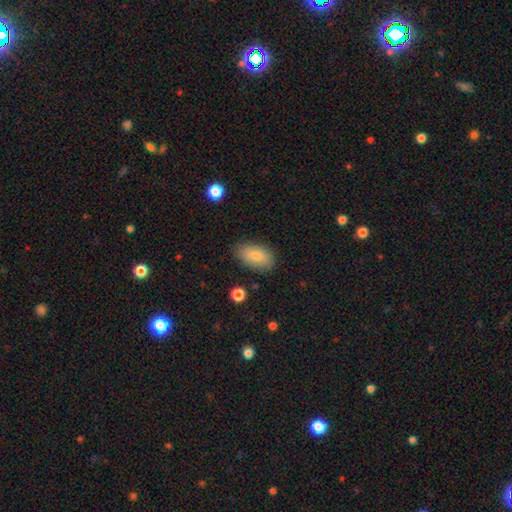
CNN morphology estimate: This is clearly a smooth galaxy (83%). How rounded: clearly in between (92%). Merging: clearly none (82%).